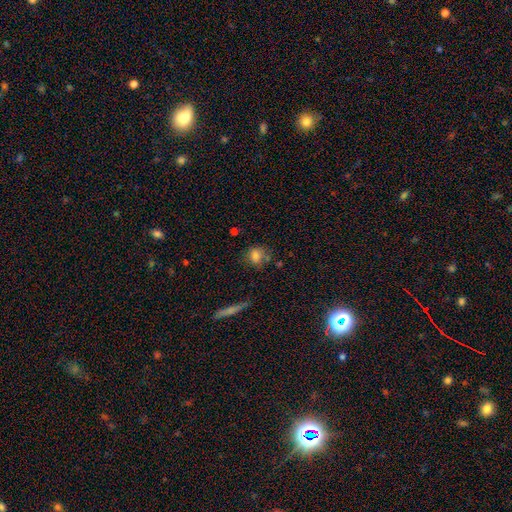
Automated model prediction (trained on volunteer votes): Morphology: type=smooth (79%); roundness=round (72%); merging=none (65%).